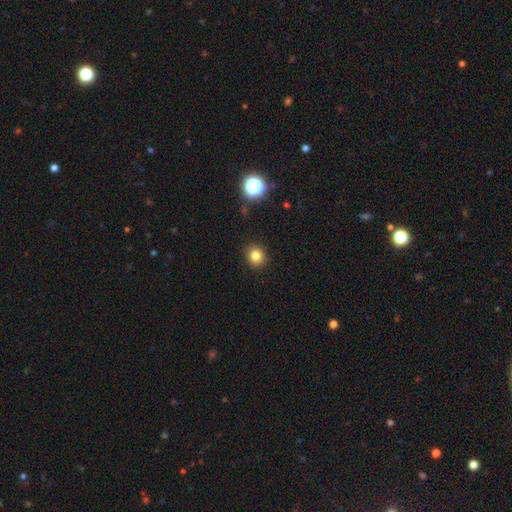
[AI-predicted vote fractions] Overall: smooth (81%). How rounded: round (82%). Merging: none (91%).